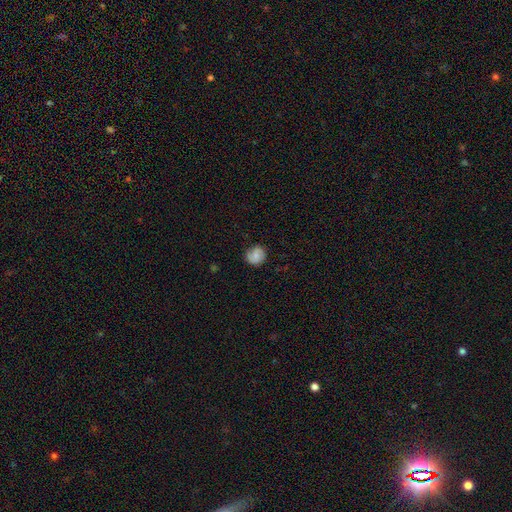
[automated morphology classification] A smooth galaxy with no disk features (50%) that is round (82%). Merging: none (76%).